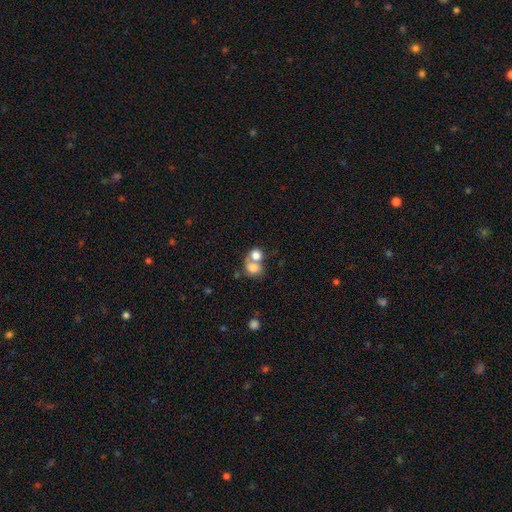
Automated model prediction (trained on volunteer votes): A smooth galaxy with no disk features (75%) that is round (58%).

Vote fractions:
- Smooth or featured? smooth: 75% / featured or disk: 15% / star or artifact: 10%
- How rounded? round: 58% / in between: 41% / cigar-shaped: 1%
- Merging? merger: 65% / none: 23% / minor disturbance: 7% / major disturbance: 5%